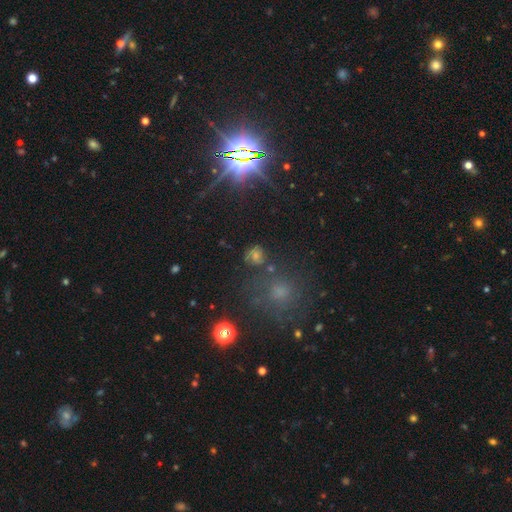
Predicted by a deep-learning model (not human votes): Overall: star or artifact (50%; smooth 39%).